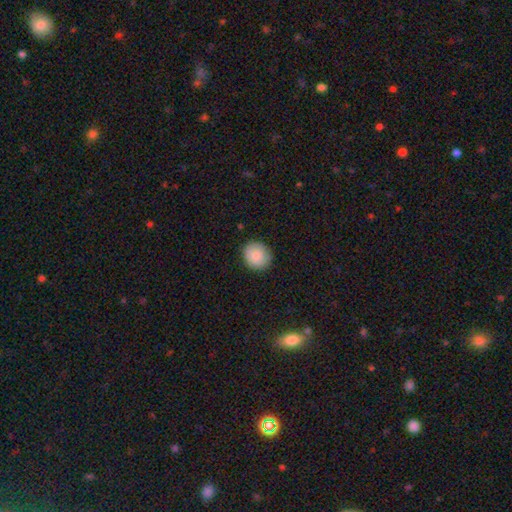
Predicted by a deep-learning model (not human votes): Morphology: type=smooth (87%); roundness=round (85%); merging=none (88%).